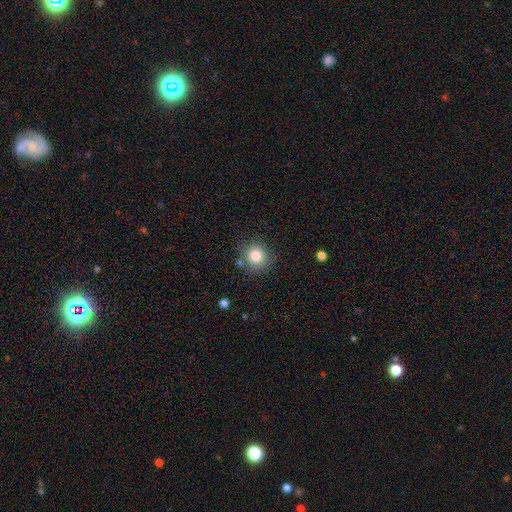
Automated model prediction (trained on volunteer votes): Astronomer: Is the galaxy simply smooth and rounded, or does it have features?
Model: smooth — 83%.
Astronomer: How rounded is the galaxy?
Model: round — 88%.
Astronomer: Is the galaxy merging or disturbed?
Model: none — 79%.